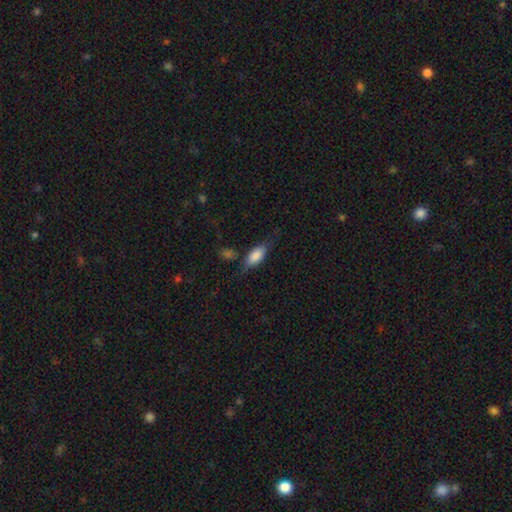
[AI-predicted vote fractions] The model was most divided on "merging": none: 58%, minor disturbance: 26%, major disturbance: 11%, merger: 5%. More confident: how rounded — in between (78%); smooth or featured — smooth (73%).